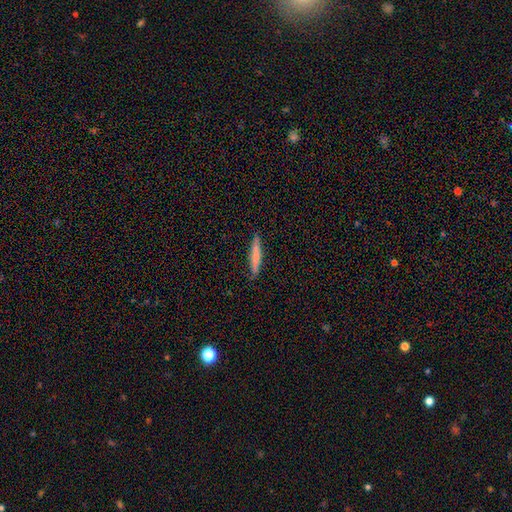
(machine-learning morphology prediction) Smooth or featured? Predicted: smooth (p=0.68). How rounded? Predicted: cigar-shaped (p=0.94). Merging? Predicted: none (p=0.87).